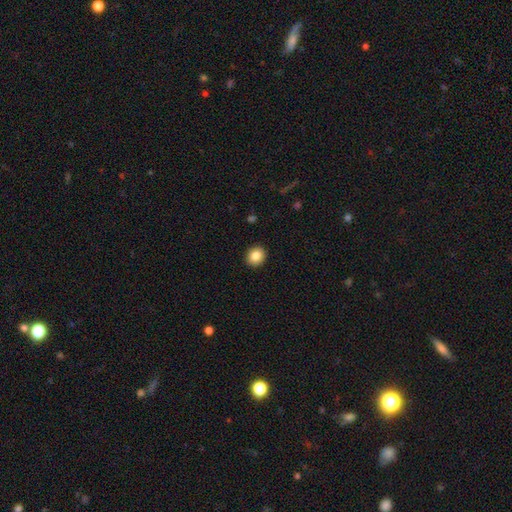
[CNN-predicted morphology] Smooth or featured?
  - smooth: 84% *
  - star or artifact: 9%
  - featured or disk: 7%
How rounded?
  - round: 75% *
  - in between: 24%
  - cigar-shaped: 1%
Merging?
  - none: 92% *
  - minor disturbance: 6%
  - major disturbance: 2%
  - merger: 1%